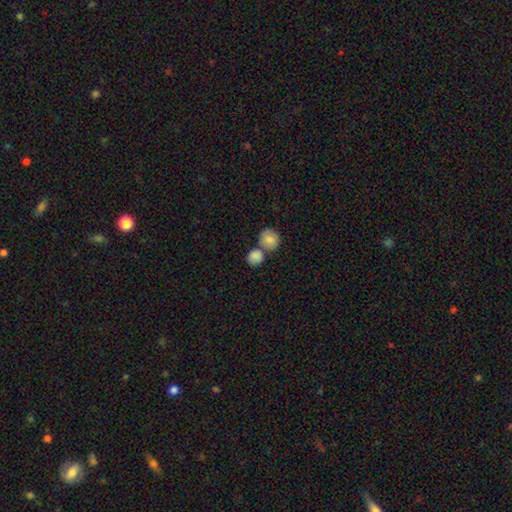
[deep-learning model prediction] The model was most divided on "merging": merger: 46%, none: 41%, minor disturbance: 9%, major disturbance: 4%. More confident: smooth or featured — smooth (85%); how rounded — round (76%).